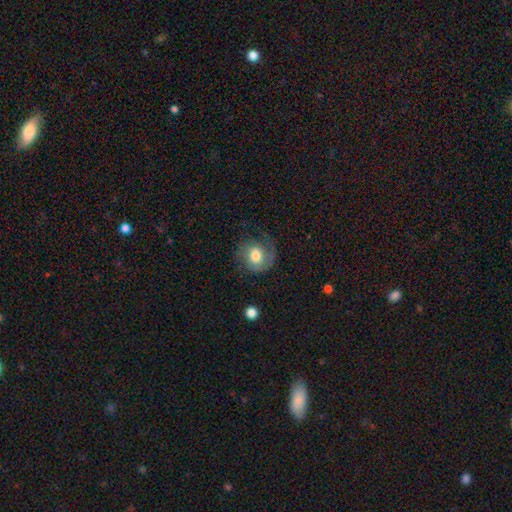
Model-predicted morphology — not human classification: smooth_or_featured: smooth (p=0.51) [alt: featured or disk p=0.41]
how_rounded: round (p=0.75) [alt: in between p=0.24]
merging: none (p=0.61) [alt: minor disturbance p=0.20]